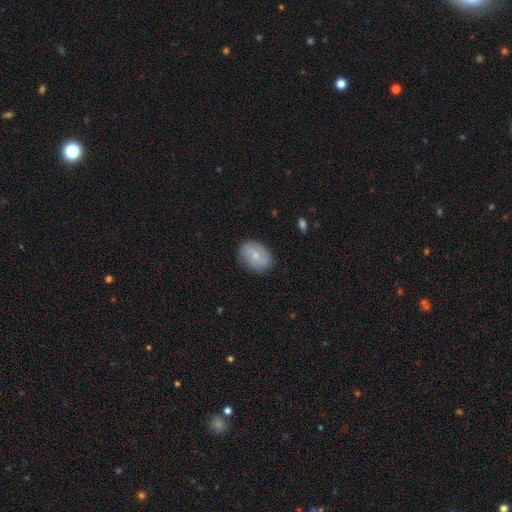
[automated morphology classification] smooth-or-featured: smooth: 62% | featured or disk: 31% | star or artifact: 7%
  how-rounded: in between: 77% | round: 22% | cigar-shaped: 1%
  merging: none: 83% | minor disturbance: 13% | major disturbance: 3% | merger: 1%